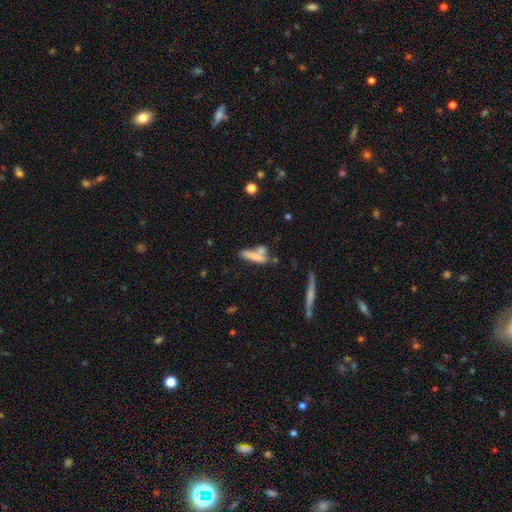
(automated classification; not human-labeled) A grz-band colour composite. It shows a smooth galaxy with no disk features (70%) that is cigar-shaped (70%). Merging: none (47%).